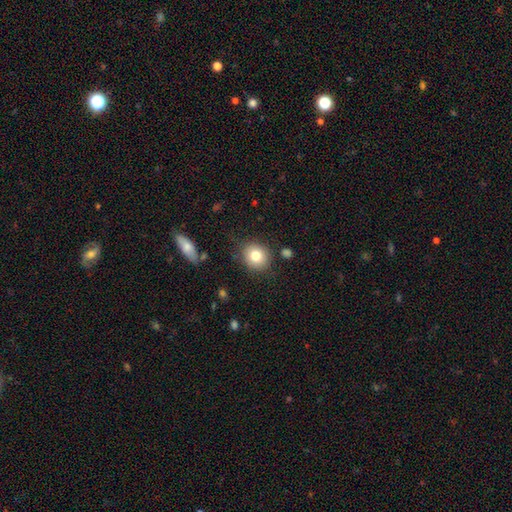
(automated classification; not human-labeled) Smooth or featured: smooth — 80% (featured or disk — 10%)
How rounded: round — 81% (in between — 18%)
Merging: none — 84% (minor disturbance — 11%)